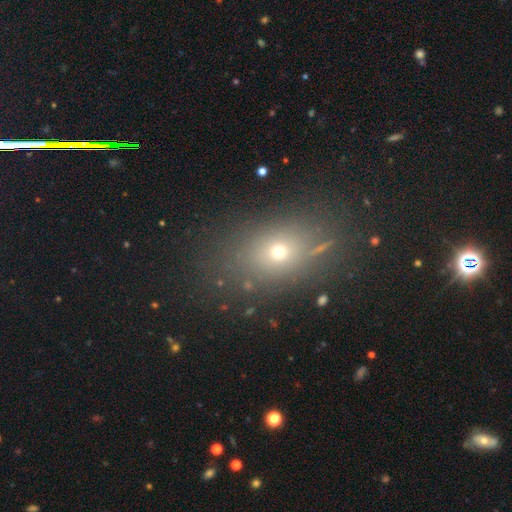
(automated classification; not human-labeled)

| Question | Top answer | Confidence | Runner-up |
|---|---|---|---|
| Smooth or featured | smooth | 51% | star or artifact (34%) |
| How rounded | in between | 63% | round (34%) |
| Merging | none | 83% | minor disturbance (11%) |